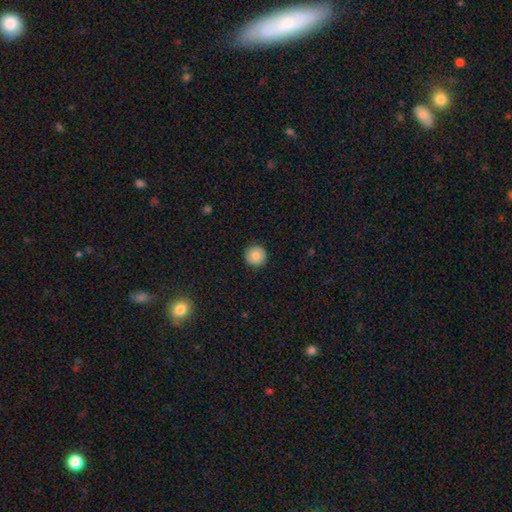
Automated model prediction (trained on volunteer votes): This is clearly a smooth galaxy (82%). How rounded: clearly round (95%). Merging: clearly none (90%).